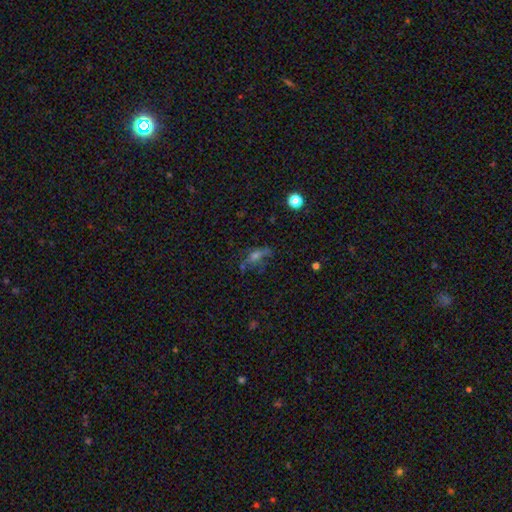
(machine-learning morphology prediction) Smooth or featured?
  - smooth: 38% *
  - featured or disk: 33%
  - star or artifact: 29%
Merging?
  - none: 55% *
  - minor disturbance: 21%
  - major disturbance: 17%
  - merger: 7%